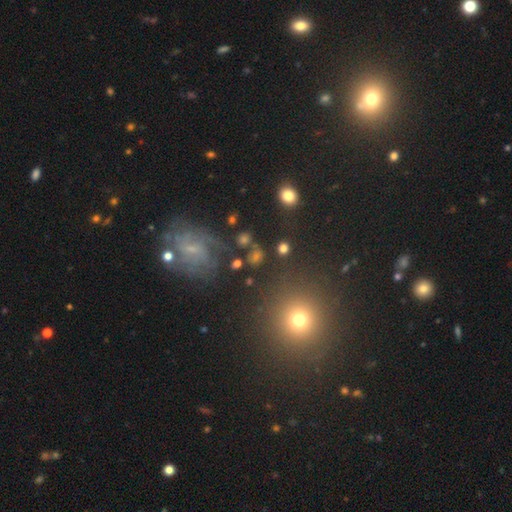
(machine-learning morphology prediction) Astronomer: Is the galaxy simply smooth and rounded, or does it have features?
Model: smooth — 43% (runner-up: featured or disk, 29%).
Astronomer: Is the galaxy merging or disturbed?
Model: none — 72%.